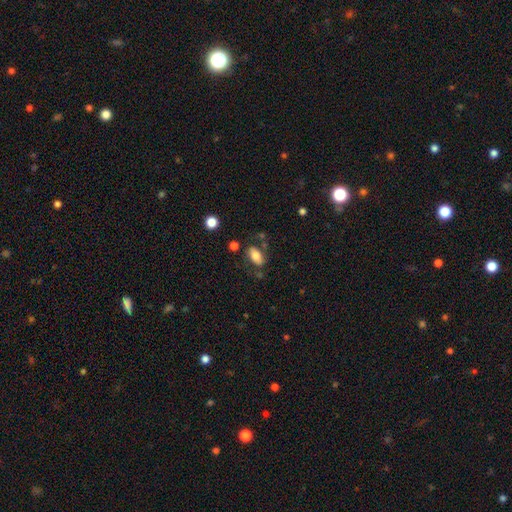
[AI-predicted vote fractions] Overall: smooth (74%). How rounded: in between (90%). Merging: none (69%).